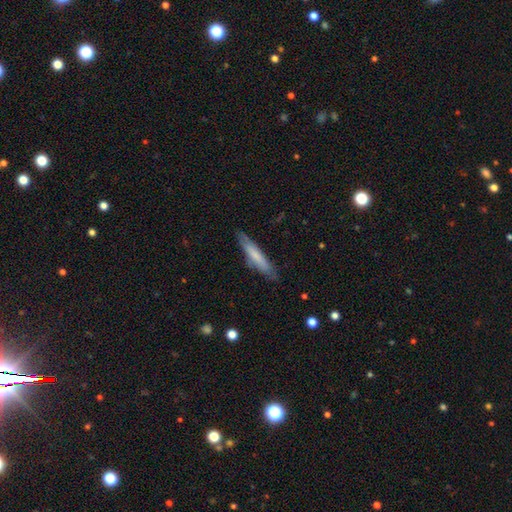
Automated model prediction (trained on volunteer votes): This appears to be a smooth galaxy with no disk features (66%) that is cigar-shaped (88%). Merging: none (83%).